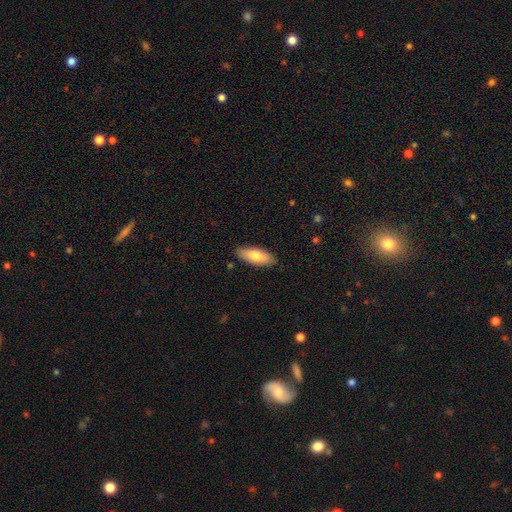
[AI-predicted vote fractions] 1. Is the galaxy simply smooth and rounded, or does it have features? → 76% smooth, 18% featured or disk, 6% star or artifact.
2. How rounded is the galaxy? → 76% in between, 22% cigar-shaped, 2% round.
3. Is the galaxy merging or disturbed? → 87% none, 10% minor disturbance, 2% major disturbance, 1% merger.